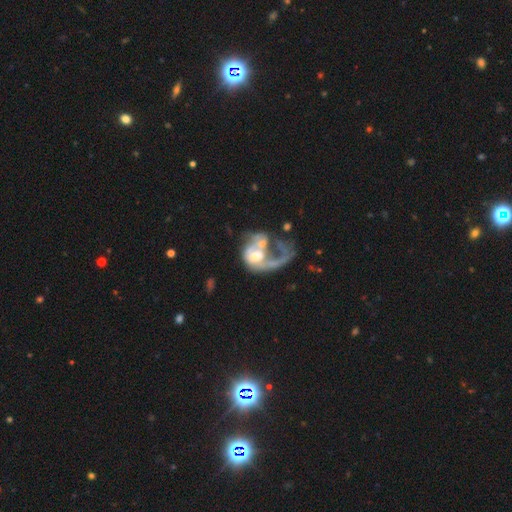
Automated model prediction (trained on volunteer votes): smooth_or_featured: featured or disk (p=0.71) [alt: smooth p=0.21]
disk_edge_on: no (p=0.97) [alt: yes p=0.03]
bar: no (p=0.73) [alt: weak p=0.22]
has_spiral_arms: yes (p=0.63) [alt: no p=0.37]
bulge_size: moderate (p=0.53) [alt: large p=0.19]
merging: major disturbance (p=0.48) [alt: merger p=0.30]